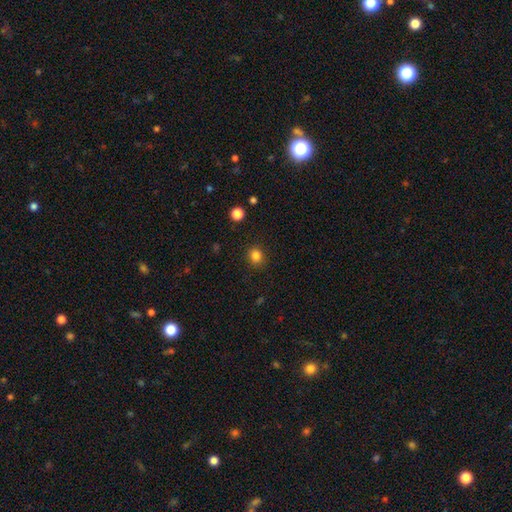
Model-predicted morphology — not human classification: This is clearly a smooth galaxy (83%). How rounded: clearly round (80%). Merging: clearly none (88%).